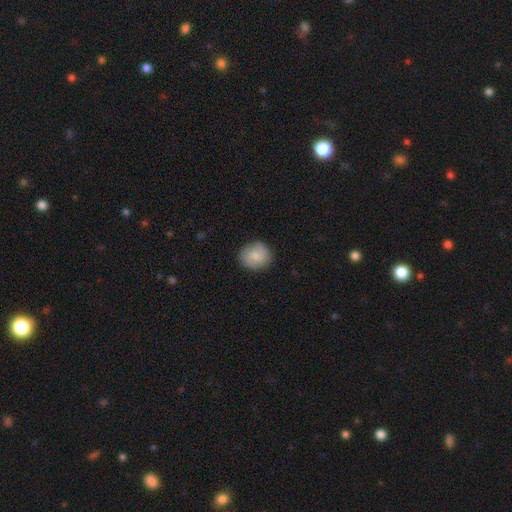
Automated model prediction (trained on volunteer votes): Smooth or featured? smooth (71%)
How rounded? round (79%)
Merging? none (83%)